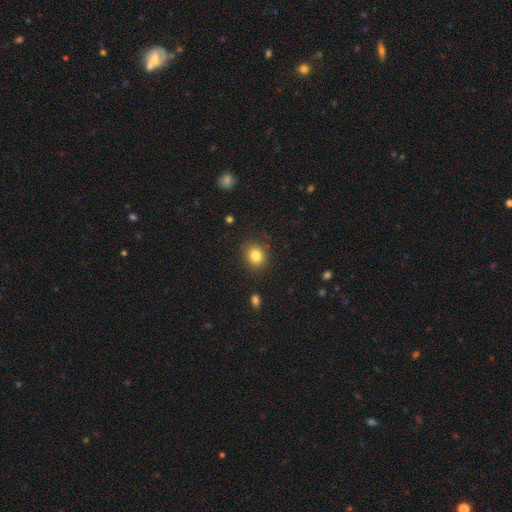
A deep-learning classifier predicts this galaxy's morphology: This appears to be a smooth galaxy with no disk features (83%) that is round (71%). Merging: none (87%).